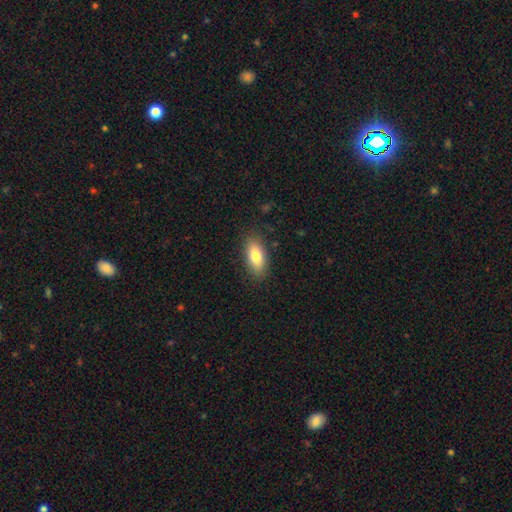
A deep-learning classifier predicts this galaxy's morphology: A smooth galaxy with no disk features (80%) that is in between round and cigar-shaped (86%).

Vote fractions:
- Smooth or featured? smooth: 80% / featured or disk: 13% / star or artifact: 7%
- How rounded? in between: 86% / cigar-shaped: 11% / round: 3%
- Merging? none: 85% / minor disturbance: 11% / major disturbance: 3% / merger: 1%